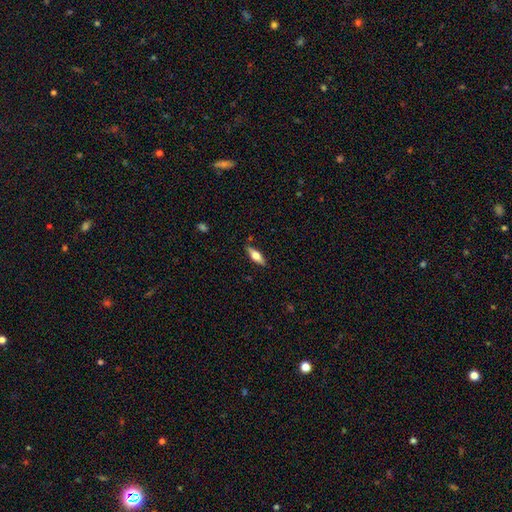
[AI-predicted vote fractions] This appears to be a smooth galaxy with no disk features (48%). Merging: none (86%).